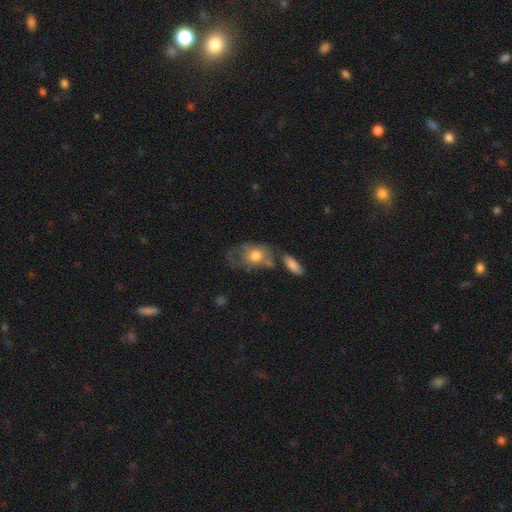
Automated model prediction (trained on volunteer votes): This appears to be a smooth galaxy with no disk features (63%) that is in between round and cigar-shaped (79%). Merging: none (30%).